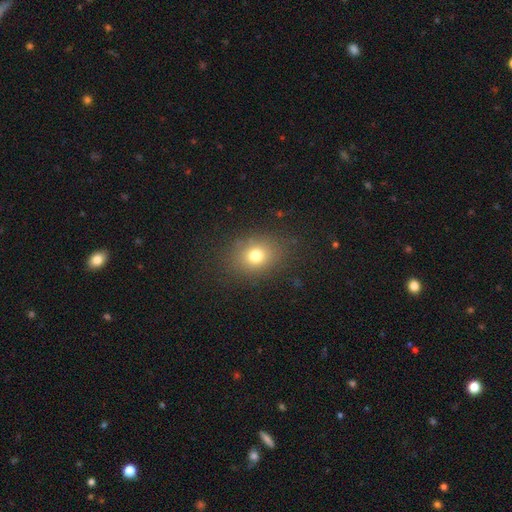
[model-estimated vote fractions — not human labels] A smooth galaxy with no disk features (75%) that is round (51%).

Vote fractions:
- Smooth or featured? smooth: 75% / star or artifact: 14% / featured or disk: 10%
- How rounded? round: 51% / in between: 48% / cigar-shaped: 1%
- Merging? none: 83% / minor disturbance: 11% / major disturbance: 5% / merger: 1%